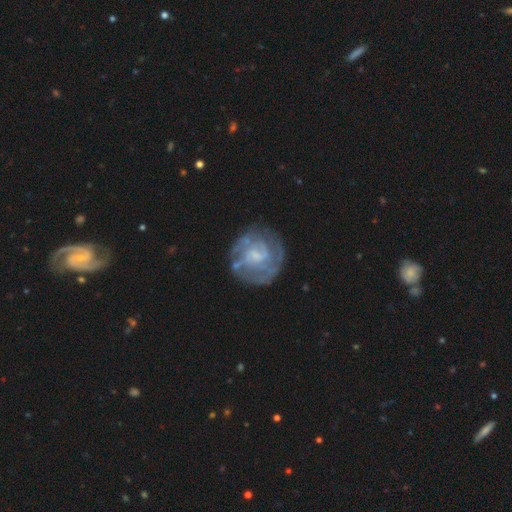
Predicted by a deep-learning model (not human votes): smooth-or-featured: featured or disk: 77% | smooth: 17% | star or artifact: 6%
  disk-edge-on: no: 98% | yes: 2%
    bar: no: 47% | weak: 44% | strong: 10%
    has-spiral-arms: yes: 78% | no: 22%
      spiral-winding: tight: 58% | medium: 31% | loose: 11%
      spiral-arm-count: can't tell: 42% | 2: 26% | 3: 15% | 1: 8% | 4: 5% | more than 4: 4%
    bulge-size: small: 34% | none: 33% | moderate: 26% | large: 5% | dominant: 1%
  merging: none: 70% | minor disturbance: 17% | major disturbance: 11% | merger: 3%